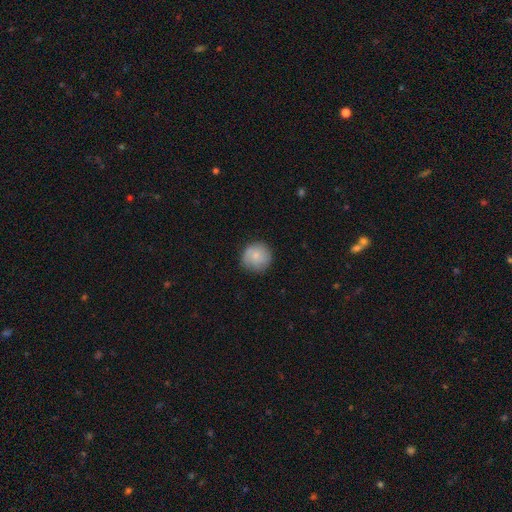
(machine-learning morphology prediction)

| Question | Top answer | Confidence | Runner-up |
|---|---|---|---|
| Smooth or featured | smooth | 80% | featured or disk (13%) |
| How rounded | round | 93% | in between (6%) |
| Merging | none | 83% | minor disturbance (13%) |